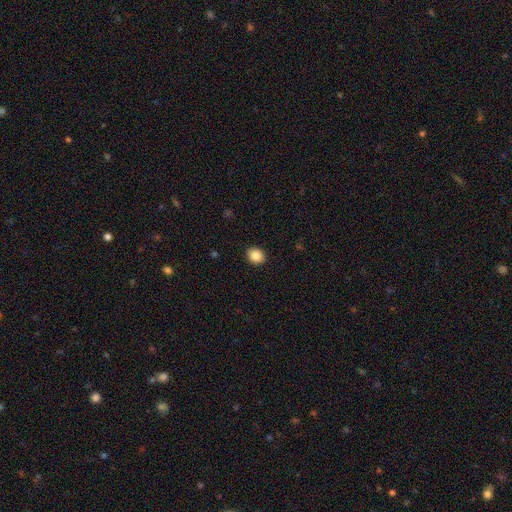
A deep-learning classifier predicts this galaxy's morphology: Smooth or featured? smooth (86%)
How rounded? round (65%)
Merging? none (92%)